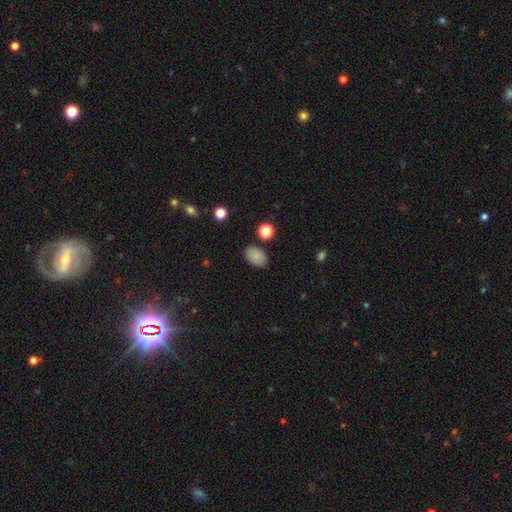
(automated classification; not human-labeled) The model was most divided on "merging": none: 86%, minor disturbance: 10%, major disturbance: 3%, merger: 2%. More confident: how rounded — in between (89%); smooth or featured — smooth (86%).